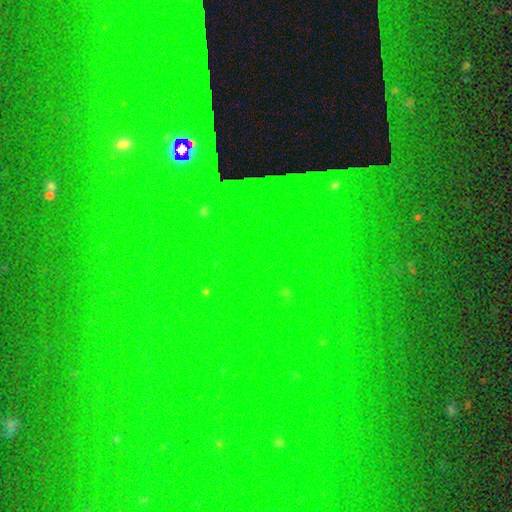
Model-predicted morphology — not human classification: smooth_or_featured: star or artifact (p=0.79) [alt: smooth p=0.12]